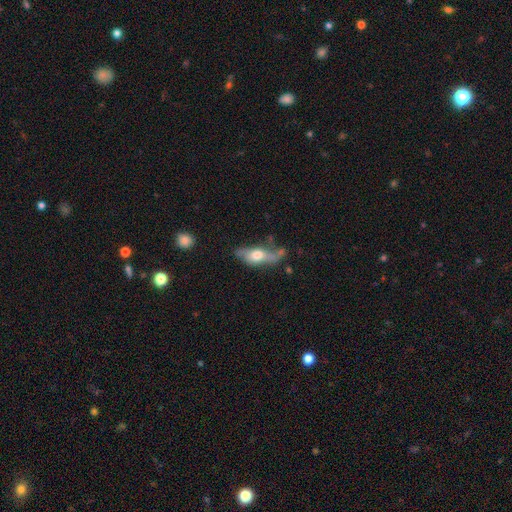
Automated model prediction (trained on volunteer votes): Q: Smooth or featured?
A: featured or disk (52%); runner-up: smooth (40%)
Q: Edge-on disk?
A: yes (53%); runner-up: no (47%)
Q: Merging?
A: none (40%); runner-up: minor disturbance (28%)